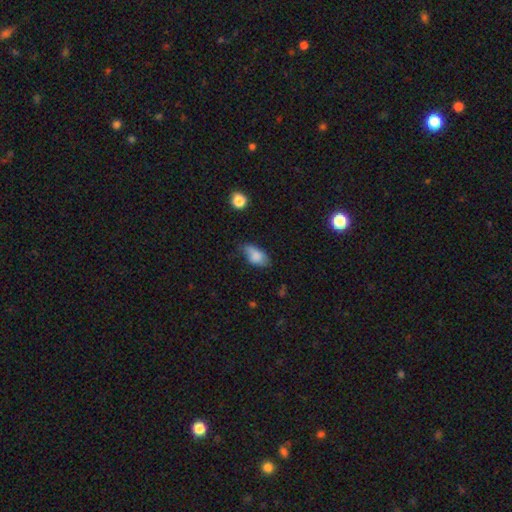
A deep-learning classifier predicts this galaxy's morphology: Overall: smooth (79%). How rounded: in between (89%). Merging: none (44%; minor disturbance 40%).